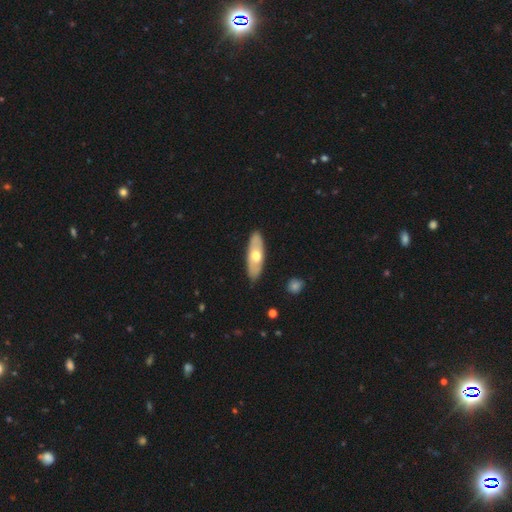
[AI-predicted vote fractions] Morphology: type=smooth (50%); roundness=in between (65%); merging=none (87%).